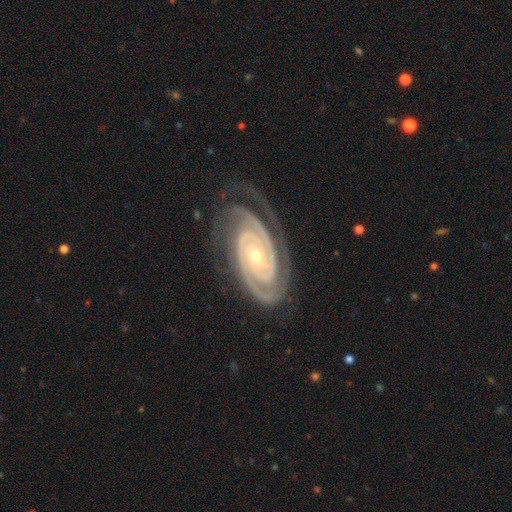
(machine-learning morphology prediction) featured or disk 93%, star or artifact 4%, smooth 3%. Down the decision tree: edge-on disk — no (97%); bar — no (61%); spiral arms — yes (99%); spiral arm count — 2 (65%); spiral winding — tight (84%); bulge size — small (63%); merging — none (74%).